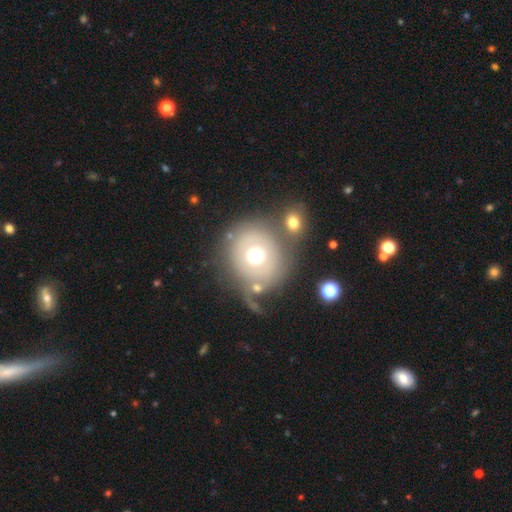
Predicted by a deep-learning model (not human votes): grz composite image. It shows a smooth galaxy with no disk features (55%) that is round (87%). Merging: none (55%).